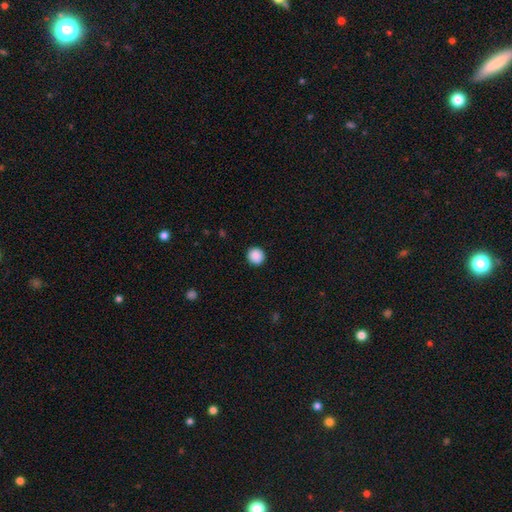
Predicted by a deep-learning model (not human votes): A smooth galaxy with no disk features (89%) that is round (92%).

Vote fractions:
- Smooth or featured? smooth: 89% / star or artifact: 9% / featured or disk: 2%
- How rounded? round: 92% / in between: 7% / cigar-shaped: 1%
- Merging? none: 92% / minor disturbance: 5% / major disturbance: 2% / merger: 1%